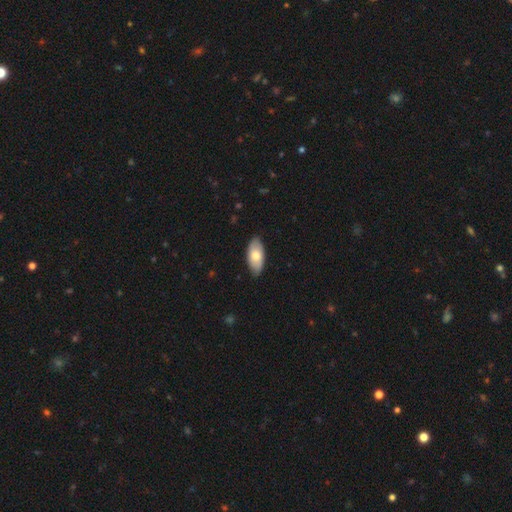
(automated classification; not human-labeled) This is likely a smooth galaxy (71%). How rounded: clearly in between (93%). Merging: clearly none (86%).